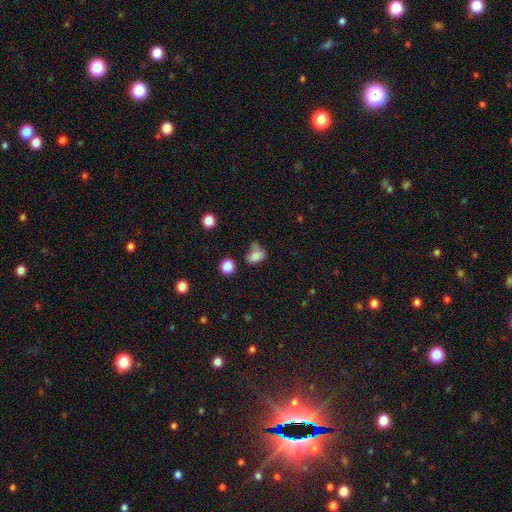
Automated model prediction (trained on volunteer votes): Smooth or featured?
  - smooth: 79% *
  - star or artifact: 13%
  - featured or disk: 8%
How rounded?
  - in between: 75% *
  - round: 23%
  - cigar-shaped: 2%
Merging?
  - none: 40% *
  - minor disturbance: 29%
  - major disturbance: 16%
  - merger: 15%